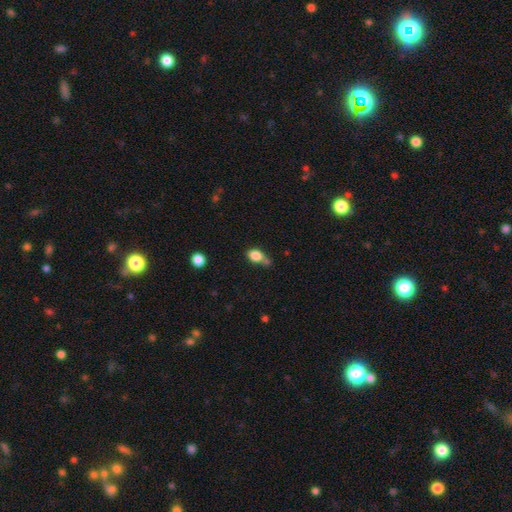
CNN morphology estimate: Overall: smooth (82%). How rounded: in between (72%). Merging: none (44%; minor disturbance 25%).